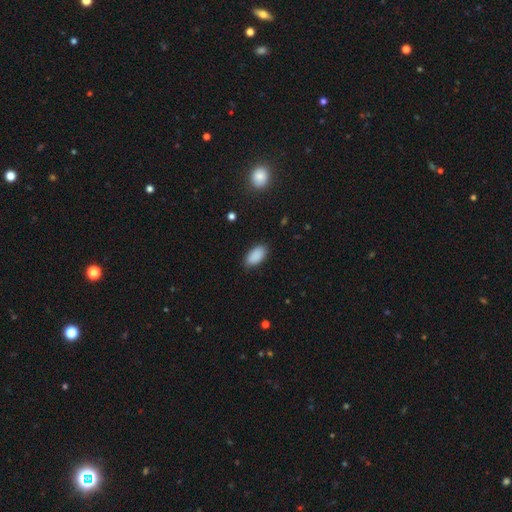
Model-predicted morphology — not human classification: smooth_or_featured: smooth (p=0.90) [alt: star or artifact p=0.07]
how_rounded: in between (p=0.94) [alt: round p=0.03]
merging: none (p=0.85) [alt: minor disturbance p=0.12]